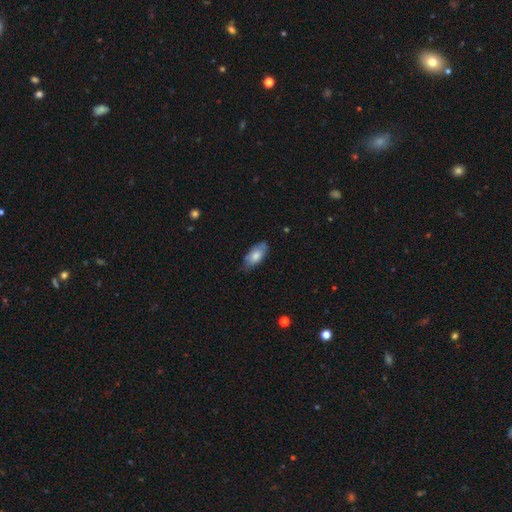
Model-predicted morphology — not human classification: Smooth or featured? Predicted: smooth (p=0.72). How rounded? Predicted: in between (p=0.90). Merging? Predicted: none (p=0.69).